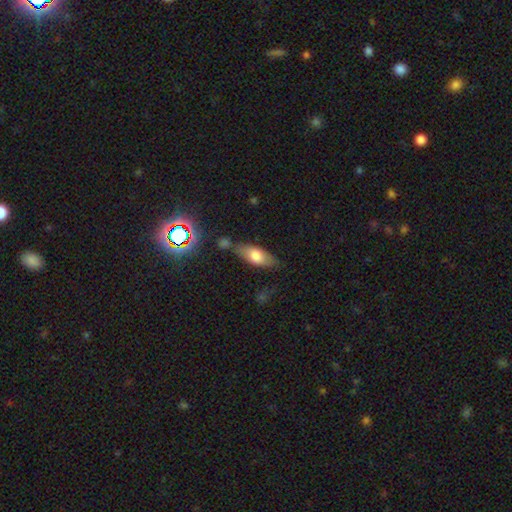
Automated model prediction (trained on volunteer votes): This appears to be a smooth galaxy with no disk features (68%) that is in between round and cigar-shaped (73%). Merging: none (67%).